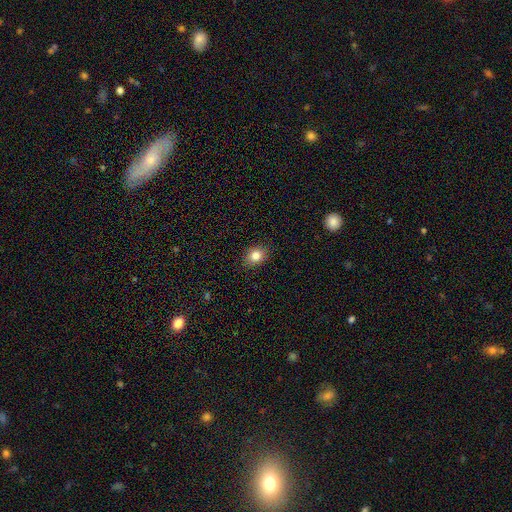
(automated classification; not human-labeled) A smooth galaxy with no disk features (83%) that is in between round and cigar-shaped (53%). Merging: none (87%).